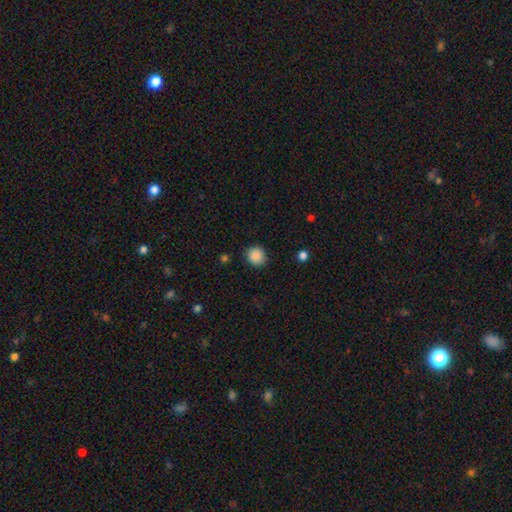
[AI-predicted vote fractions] A smooth galaxy with no disk features (88%) that is round (89%). Merging: none (87%).